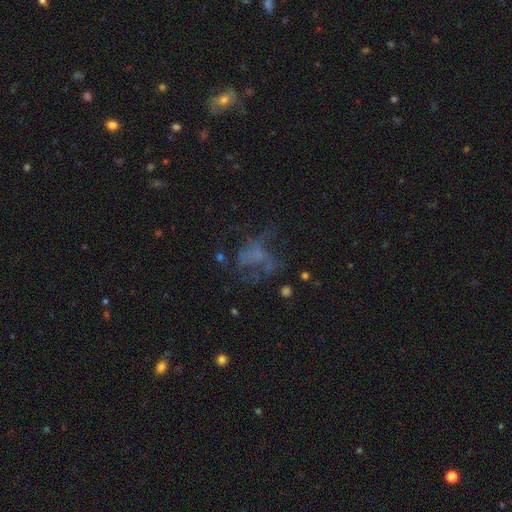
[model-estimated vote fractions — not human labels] Smooth or featured?
  - featured or disk: 49% *
  - star or artifact: 26%
  - smooth: 25%
Merging?
  - none: 41% *
  - major disturbance: 39%
  - minor disturbance: 15%
  - merger: 4%